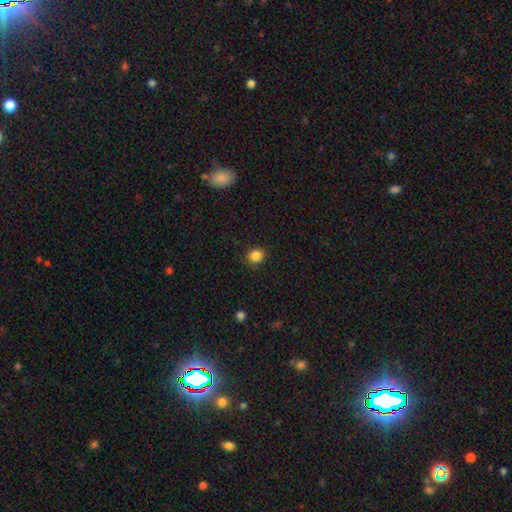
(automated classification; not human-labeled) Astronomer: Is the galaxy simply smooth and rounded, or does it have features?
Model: smooth — 86%.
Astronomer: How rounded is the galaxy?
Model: round — 85%.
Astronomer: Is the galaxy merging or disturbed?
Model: none — 89%.